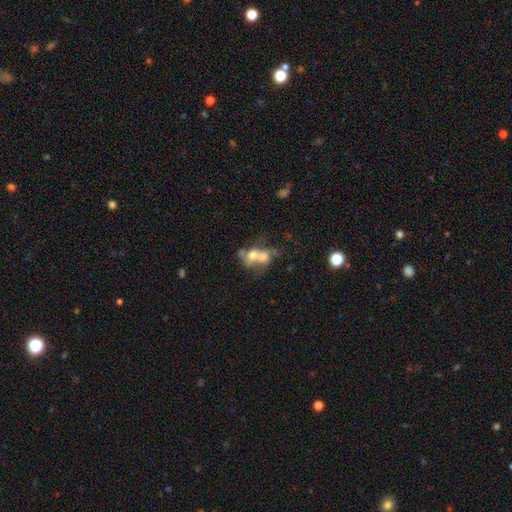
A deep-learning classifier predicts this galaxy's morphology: A smooth galaxy with no disk features (52%) that is in between round and cigar-shaped (63%). Merging: merger (64%).